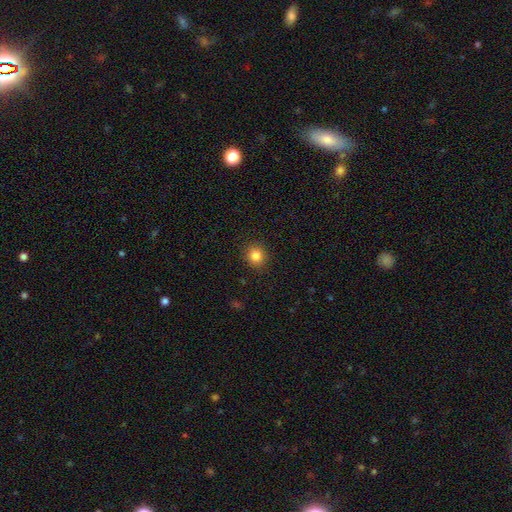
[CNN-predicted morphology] smooth_or_featured: smooth (p=0.84) [alt: star or artifact p=0.11]
how_rounded: round (p=0.84) [alt: in between p=0.15]
merging: none (p=0.90) [alt: minor disturbance p=0.07]